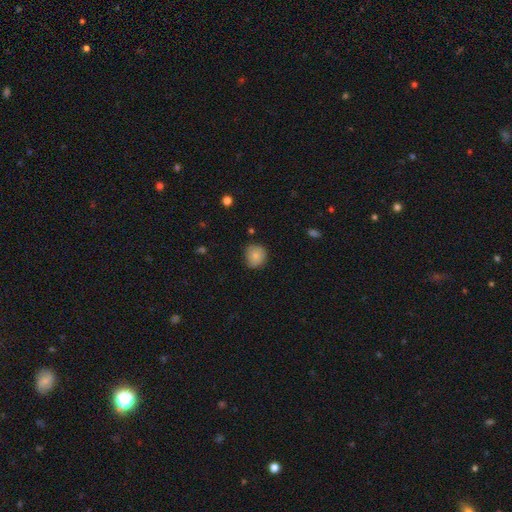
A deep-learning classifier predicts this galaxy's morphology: smooth-or-featured: smooth: 83% | featured or disk: 9% | star or artifact: 9%
  how-rounded: round: 83% | in between: 16% | cigar-shaped: 1%
  merging: none: 75% | minor disturbance: 20% | major disturbance: 3% | merger: 1%